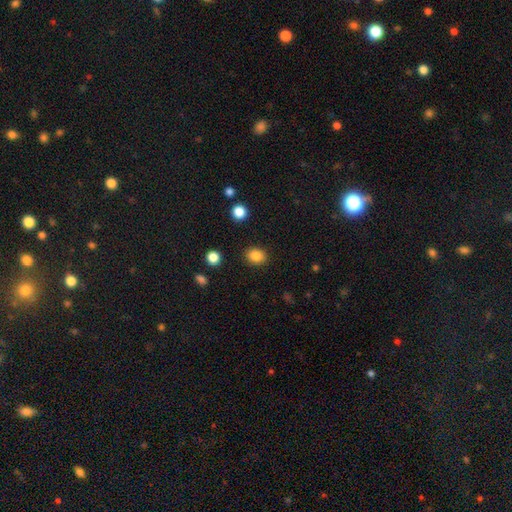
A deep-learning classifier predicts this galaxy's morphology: This appears to be a smooth galaxy with no disk features (85%) that is round (60%). Merging: none (89%).